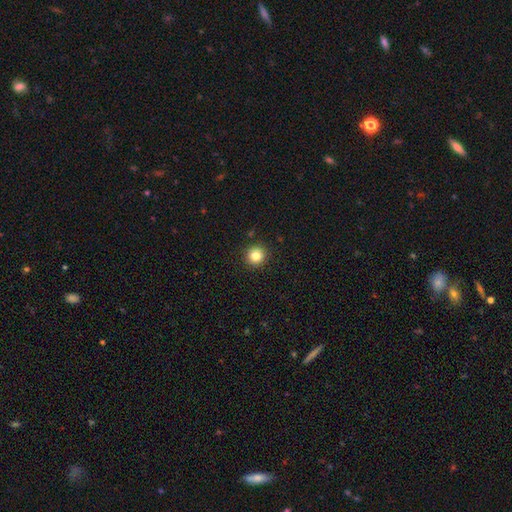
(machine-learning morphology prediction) Q: Smooth or featured?
A: smooth (83%); runner-up: star or artifact (11%)
Q: How rounded?
A: round (94%); runner-up: in between (5%)
Q: Merging?
A: none (92%); runner-up: minor disturbance (5%)